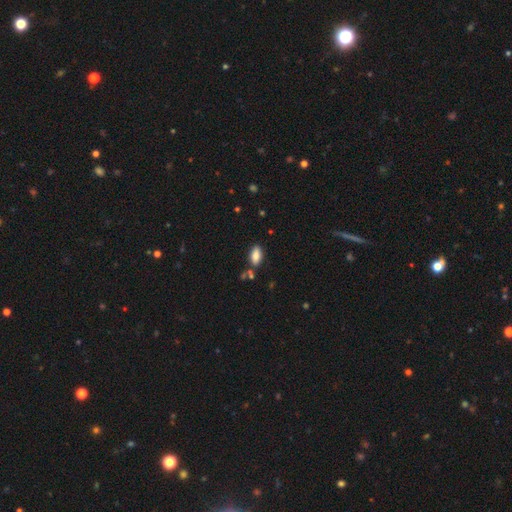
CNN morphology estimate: Smooth or featured? Predicted: smooth (p=0.86). How rounded? Predicted: in between (p=0.92). Merging? Predicted: none (p=0.75).